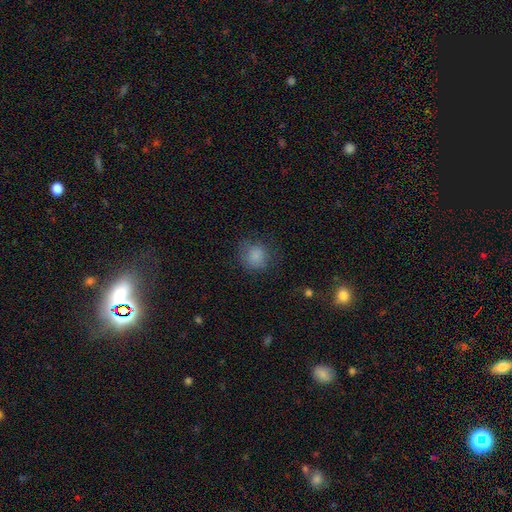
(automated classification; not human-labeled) smooth 83%, star or artifact 10%, featured or disk 6%. Down the decision tree: how rounded — round (85%); merging — none (74%).